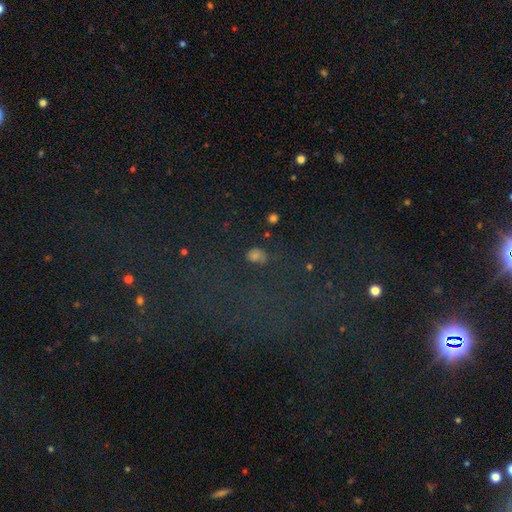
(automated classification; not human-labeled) A smooth galaxy with no disk features (55%) that is in between round and cigar-shaped (58%). Merging: none (69%).